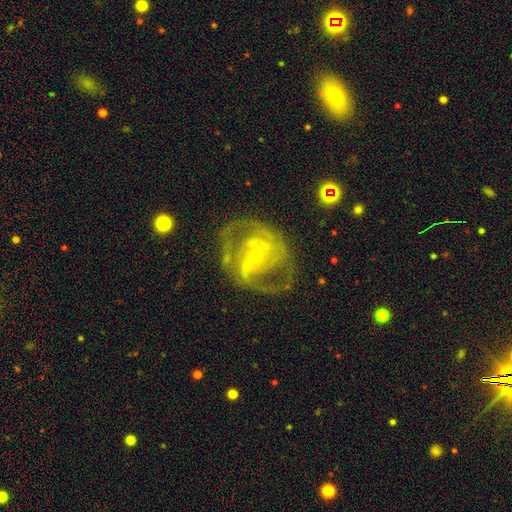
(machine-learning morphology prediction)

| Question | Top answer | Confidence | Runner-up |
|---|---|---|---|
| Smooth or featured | featured or disk | 85% | smooth (8%) |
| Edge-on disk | no | 97% | yes (3%) |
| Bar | no | 43% | weak (36%) |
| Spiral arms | yes | 87% | no (13%) |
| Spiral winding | medium | 49% | tight (33%) |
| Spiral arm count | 2 | 61% | can't tell (17%) |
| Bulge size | small | 77% | moderate (18%) |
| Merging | none | 60% | minor disturbance (18%) |